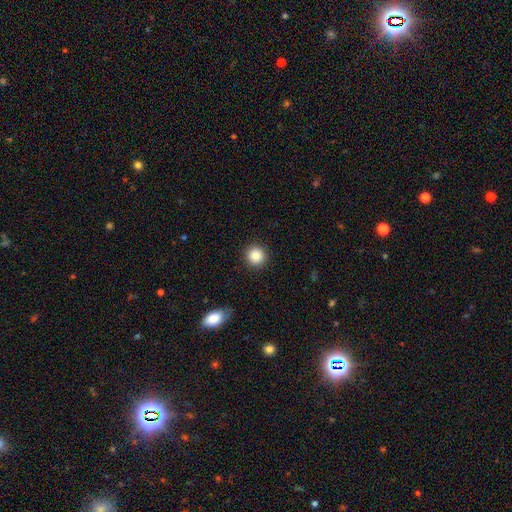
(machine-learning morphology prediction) Overall: smooth (86%). How rounded: round (94%). Merging: none (91%).